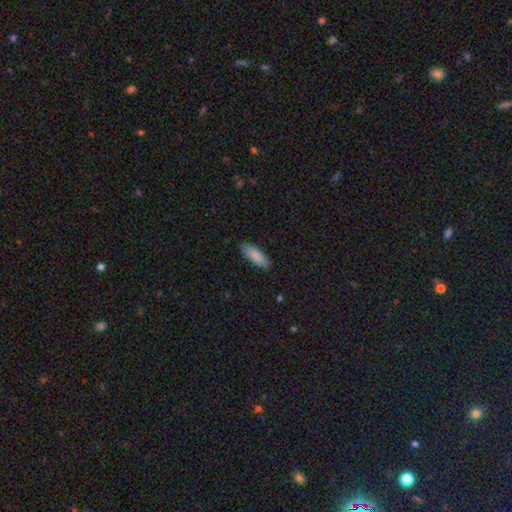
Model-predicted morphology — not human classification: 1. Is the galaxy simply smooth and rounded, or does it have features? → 86% smooth, 9% featured or disk, 6% star or artifact.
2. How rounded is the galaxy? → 64% in between, 34% cigar-shaped, 2% round.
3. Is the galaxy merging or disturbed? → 87% none, 10% minor disturbance, 2% major disturbance, 1% merger.